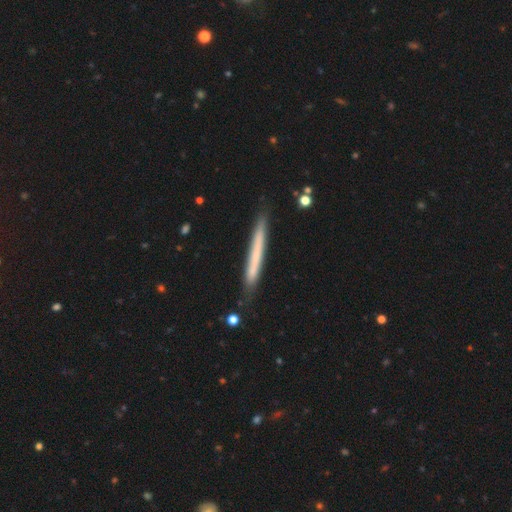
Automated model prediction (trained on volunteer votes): Smooth or featured: smooth — 57% (featured or disk — 36%)
How rounded: cigar-shaped — 97% (in between — 2%)
Merging: none — 84% (minor disturbance — 12%)